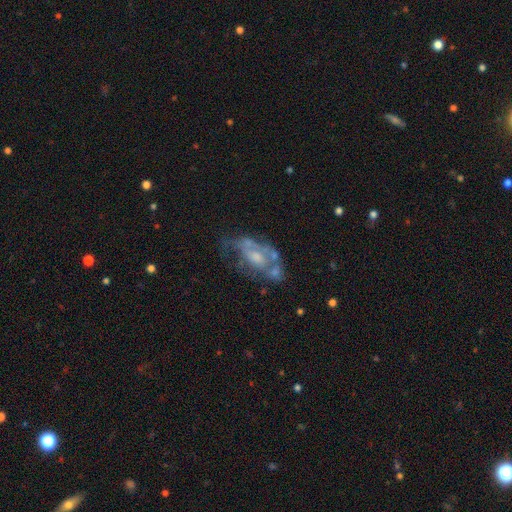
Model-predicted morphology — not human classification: smooth_or_featured: featured or disk (p=0.65) [alt: smooth p=0.26]
disk_edge_on: no (p=0.93) [alt: yes p=0.07]
bar: no (p=0.76) [alt: weak p=0.20]
has_spiral_arms: no (p=0.65) [alt: yes p=0.35]
bulge_size: moderate (p=0.44) [alt: small p=0.34]
merging: none (p=0.33) [alt: major disturbance p=0.27]